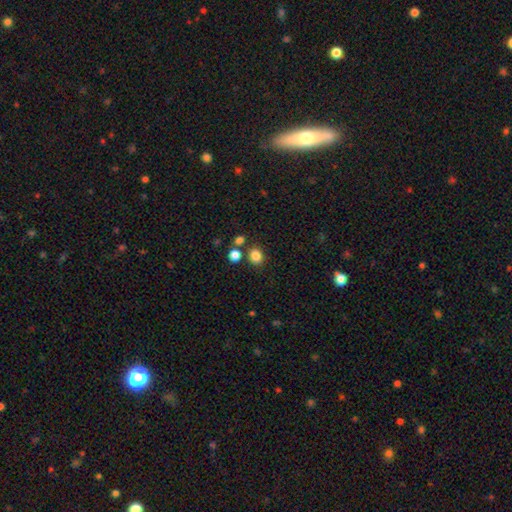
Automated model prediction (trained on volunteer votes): Morphology: type=smooth (82%); roundness=round (70%); merging=none (77%).